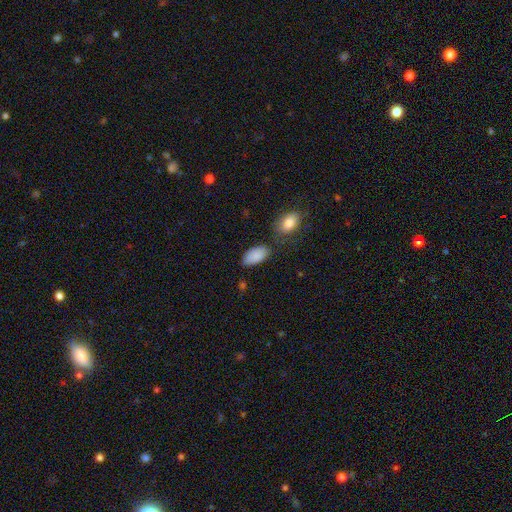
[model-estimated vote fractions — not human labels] Smooth or featured? smooth (89%)
How rounded? in between (95%)
Merging? none (69%)